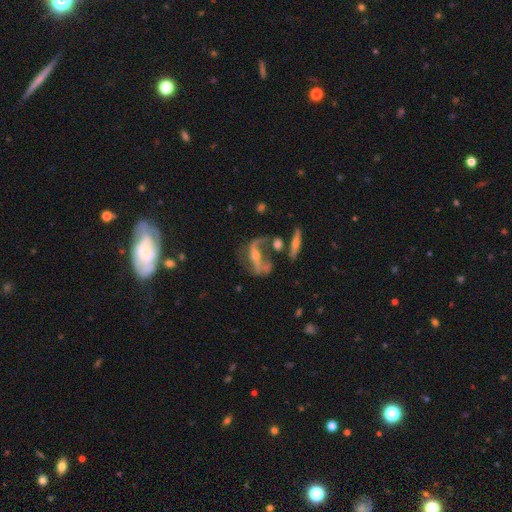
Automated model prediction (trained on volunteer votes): Q: Smooth or featured?
A: featured or disk (72%); runner-up: smooth (16%)
Q: Edge-on disk?
A: no (82%); runner-up: yes (18%)
Q: Bar?
A: no (37%); runner-up: strong (32%)
Q: Spiral arms?
A: yes (69%); runner-up: no (31%)
Q: Bulge size?
A: small (50%); runner-up: moderate (34%)
Q: Merging?
A: none (36%); runner-up: major disturbance (27%)